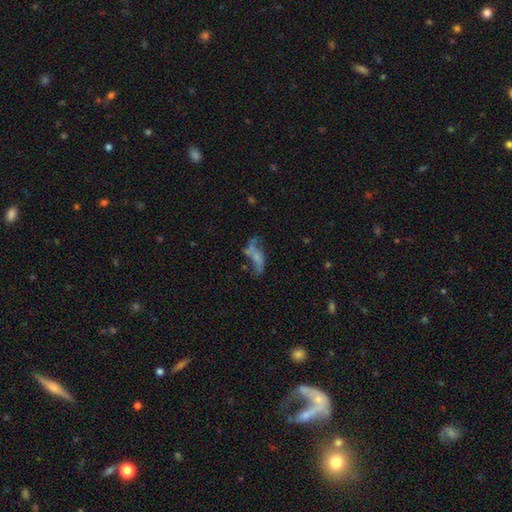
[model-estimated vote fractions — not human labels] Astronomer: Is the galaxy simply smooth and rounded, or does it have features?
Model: featured or disk — 47% (runner-up: smooth, 38%).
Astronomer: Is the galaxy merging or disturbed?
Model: major disturbance — 31% (runner-up: none, 30%).